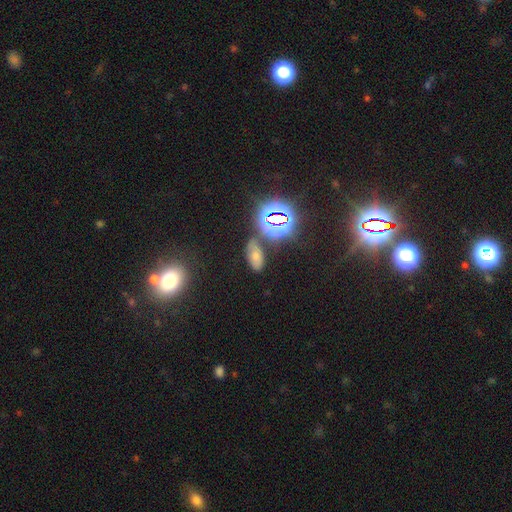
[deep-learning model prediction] Smooth or featured: smooth — 47% (star or artifact — 39%)
Merging: none — 71% (minor disturbance — 16%)